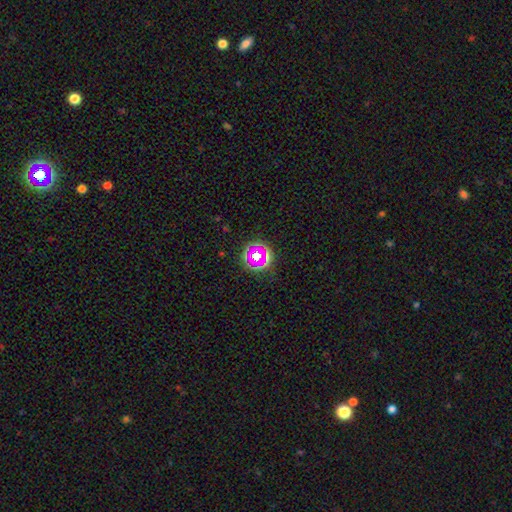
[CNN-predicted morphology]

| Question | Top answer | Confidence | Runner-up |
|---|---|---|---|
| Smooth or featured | star or artifact | 49% | smooth (35%) |